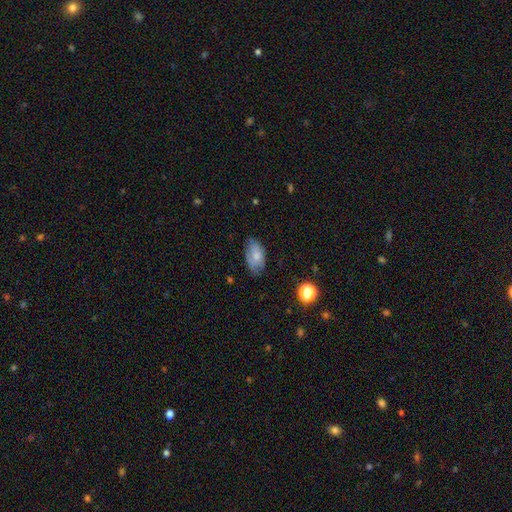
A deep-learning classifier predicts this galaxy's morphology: Smooth or featured?
  - smooth: 70% *
  - featured or disk: 22%
  - star or artifact: 8%
How rounded?
  - in between: 92% *
  - round: 6%
  - cigar-shaped: 2%
Merging?
  - none: 64% *
  - minor disturbance: 27%
  - major disturbance: 7%
  - merger: 2%